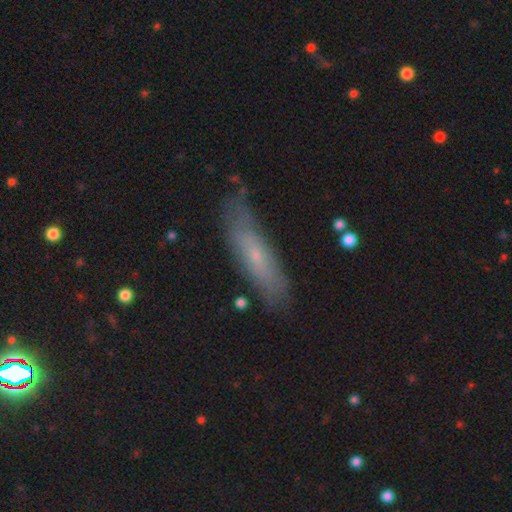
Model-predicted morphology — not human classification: A smooth galaxy with no disk features (48%). Merging: none (74%).